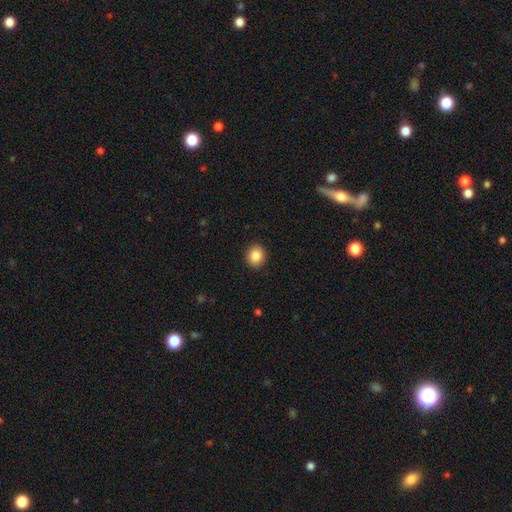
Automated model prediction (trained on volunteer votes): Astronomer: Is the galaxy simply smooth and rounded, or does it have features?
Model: smooth — 86%.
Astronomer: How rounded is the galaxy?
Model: round — 74%.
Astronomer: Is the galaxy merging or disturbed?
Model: none — 91%.